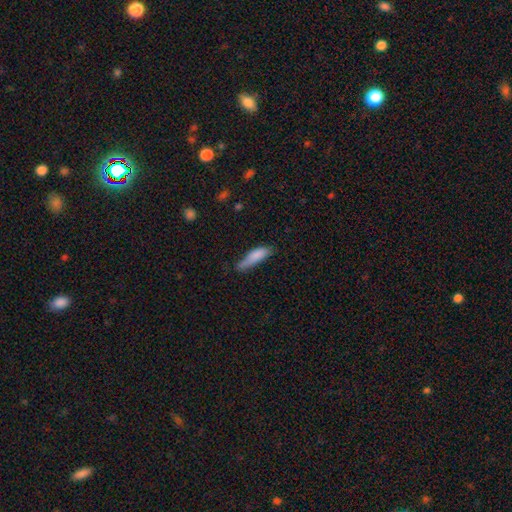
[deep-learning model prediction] A smooth galaxy with no disk features (82%) that is cigar-shaped (56%).

Vote fractions:
- Smooth or featured? smooth: 82% / featured or disk: 11% / star or artifact: 7%
- How rounded? cigar-shaped: 56% / in between: 42% / round: 2%
- Merging? none: 45% / minor disturbance: 39% / major disturbance: 12% / merger: 4%